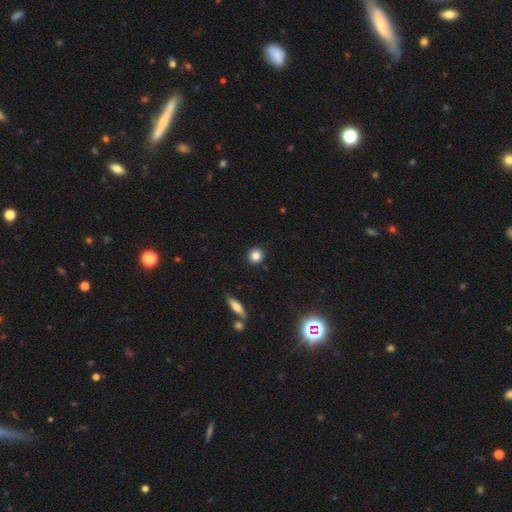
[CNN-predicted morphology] smooth_or_featured: smooth (p=0.84) [alt: star or artifact p=0.10]
how_rounded: round (p=0.89) [alt: in between p=0.09]
merging: none (p=0.92) [alt: minor disturbance p=0.05]